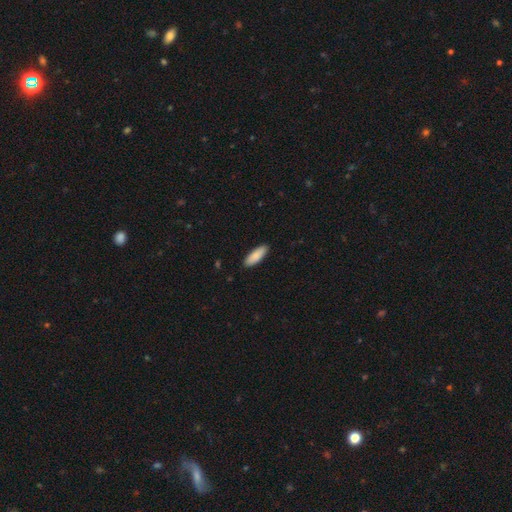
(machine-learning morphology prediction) Smooth or featured: smooth — 88% (featured or disk — 7%)
How rounded: in between — 62% (cigar-shaped — 36%)
Merging: none — 90% (minor disturbance — 8%)